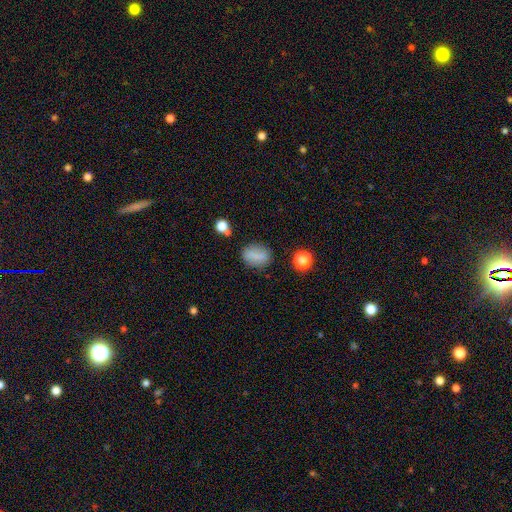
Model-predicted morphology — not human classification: Q: Smooth or featured?
A: smooth (76%); runner-up: featured or disk (13%)
Q: How rounded?
A: in between (67%); runner-up: round (28%)
Q: Merging?
A: none (78%); runner-up: minor disturbance (14%)